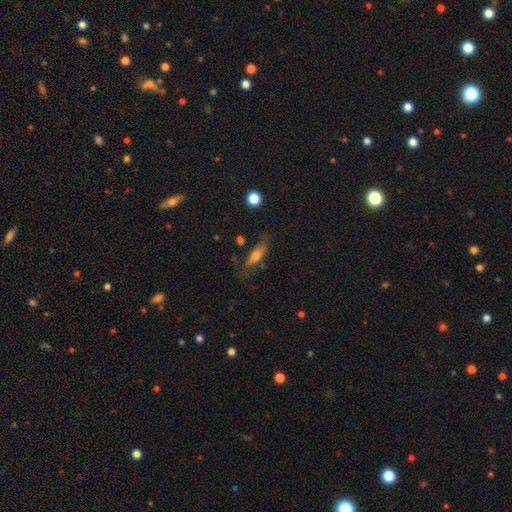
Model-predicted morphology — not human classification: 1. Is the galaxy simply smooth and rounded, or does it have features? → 61% smooth, 32% featured or disk, 7% star or artifact.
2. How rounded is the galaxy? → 50% cigar-shaped, 46% in between, 3% round.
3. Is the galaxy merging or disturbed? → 68% none, 22% minor disturbance, 8% major disturbance, 3% merger.